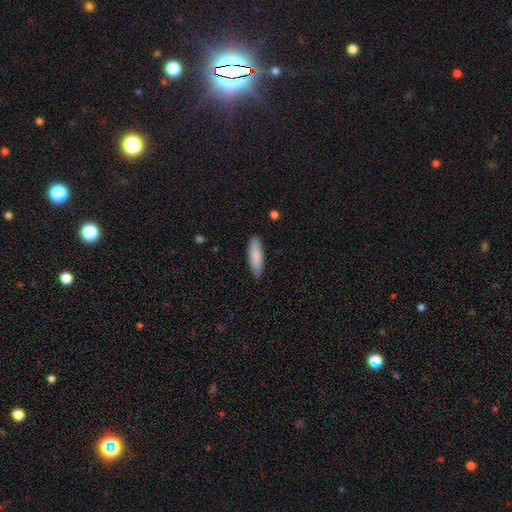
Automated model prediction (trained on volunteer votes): Smooth or featured? smooth (86%)
How rounded? cigar-shaped (59%)
Merging? none (88%)